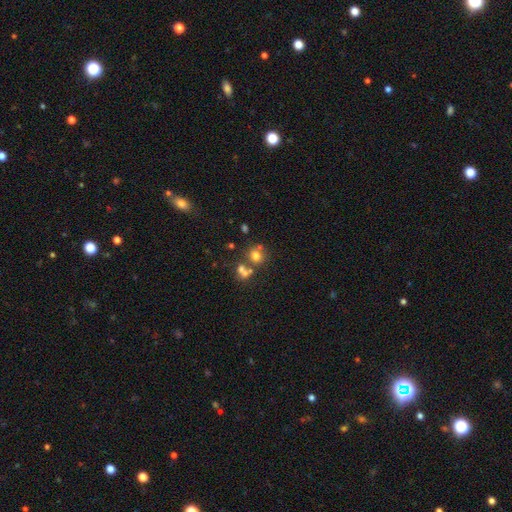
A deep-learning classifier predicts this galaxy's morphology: Smooth or featured? Predicted: smooth (p=0.68). How rounded? Predicted: round (p=0.79). Merging? Predicted: none (p=0.53).